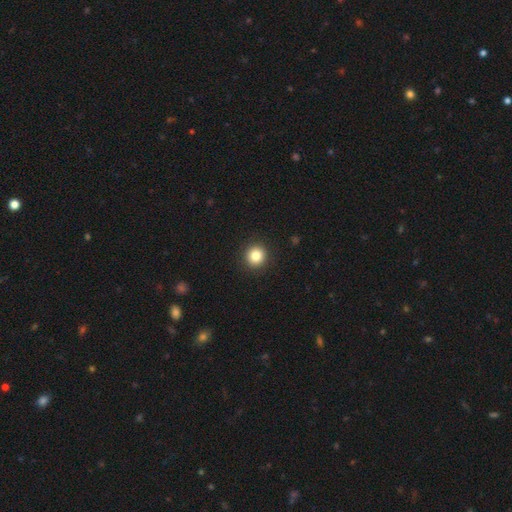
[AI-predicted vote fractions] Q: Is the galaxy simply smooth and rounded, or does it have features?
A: smooth — 84%.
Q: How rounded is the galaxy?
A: round — 92%.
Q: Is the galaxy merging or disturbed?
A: none — 92%.